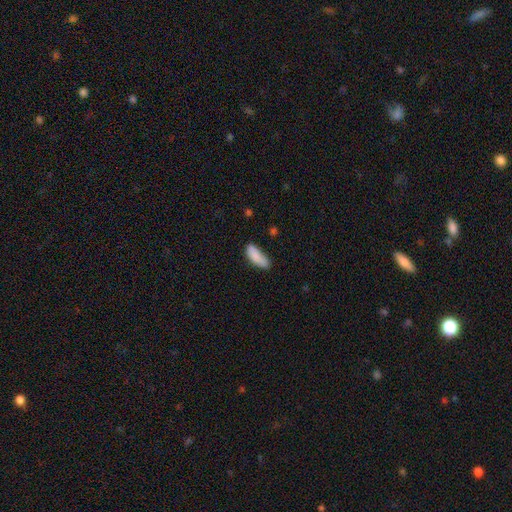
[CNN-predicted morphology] Smooth or featured? smooth (86%)
How rounded? in between (69%)
Merging? none (59%)